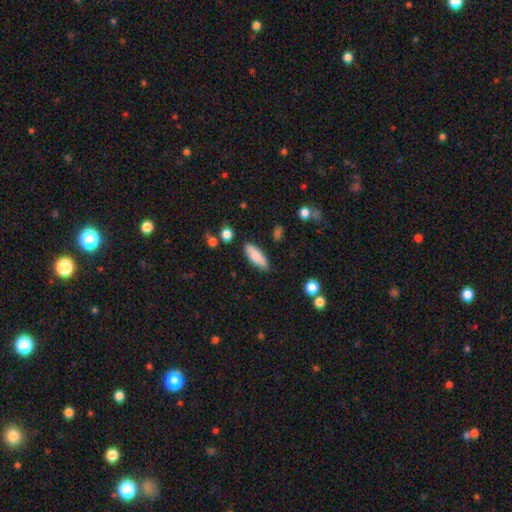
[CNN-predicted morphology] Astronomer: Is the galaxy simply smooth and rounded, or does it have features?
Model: smooth — 82%.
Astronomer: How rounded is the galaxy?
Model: in between — 64%.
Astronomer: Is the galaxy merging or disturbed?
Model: none — 85%.